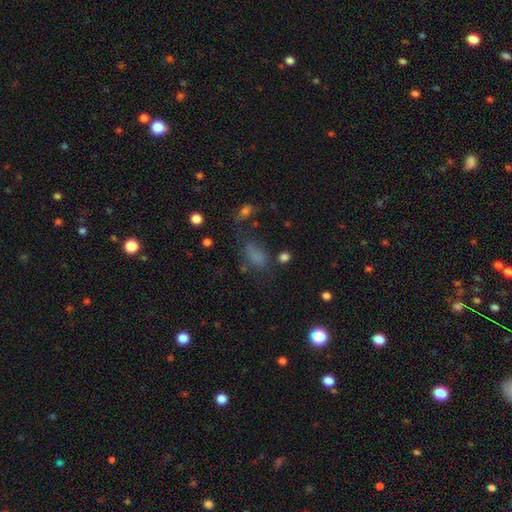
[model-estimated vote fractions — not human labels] The model was most divided on "merging": none: 42%, minor disturbance: 25%, major disturbance: 25%, merger: 7%. More confident: how rounded — in between (82%); smooth or featured — smooth (68%).